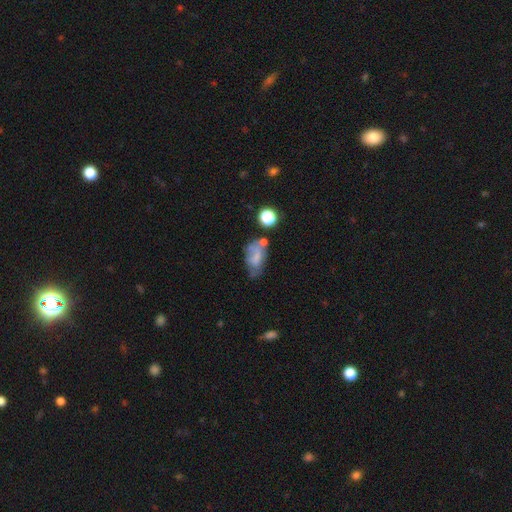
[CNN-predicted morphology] smooth-or-featured: smooth: 55% | featured or disk: 32% | star or artifact: 13%
  how-rounded: in between: 86% | round: 10% | cigar-shaped: 4%
  merging: none: 36% | minor disturbance: 29% | major disturbance: 19% | merger: 16%